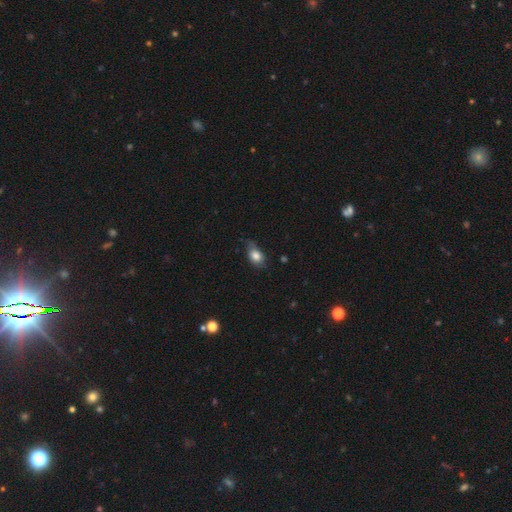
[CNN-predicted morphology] The model was most divided on "merging": none: 53%, minor disturbance: 36%, major disturbance: 9%, merger: 2%. More confident: smooth or featured — smooth (81%); how rounded — in between (75%).